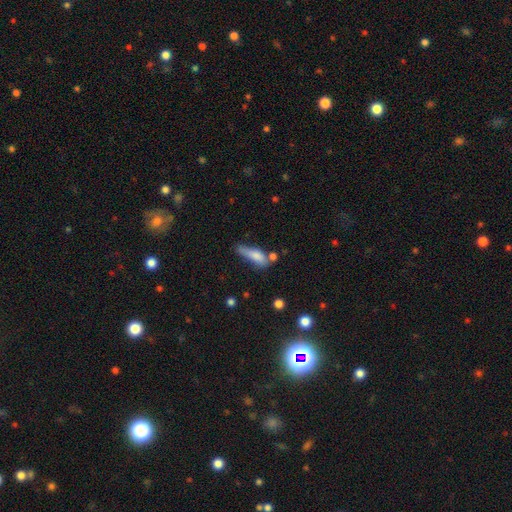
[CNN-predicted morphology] Q: Smooth or featured?
A: smooth (73%); runner-up: featured or disk (19%)
Q: How rounded?
A: cigar-shaped (54%); runner-up: in between (43%)
Q: Merging?
A: none (36%); runner-up: minor disturbance (31%)